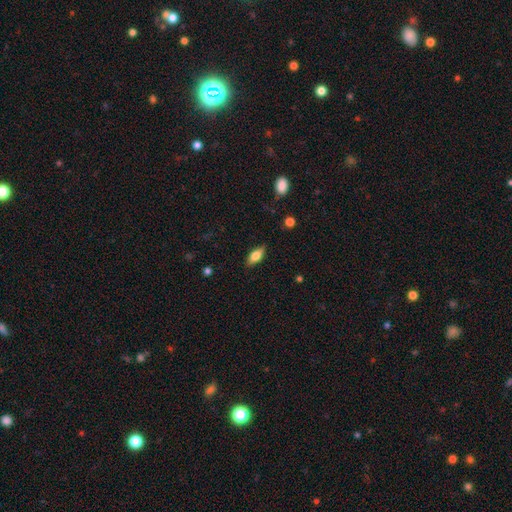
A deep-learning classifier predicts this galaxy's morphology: type=smooth (74%); roundness=in between (81%); merging=none (85%).